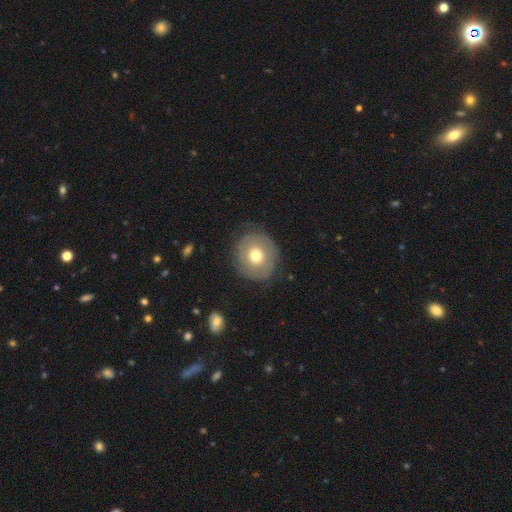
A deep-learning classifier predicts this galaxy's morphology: Q: Smooth or featured?
A: smooth (55%); runner-up: featured or disk (37%)
Q: How rounded?
A: round (88%); runner-up: in between (11%)
Q: Merging?
A: none (75%); runner-up: minor disturbance (17%)